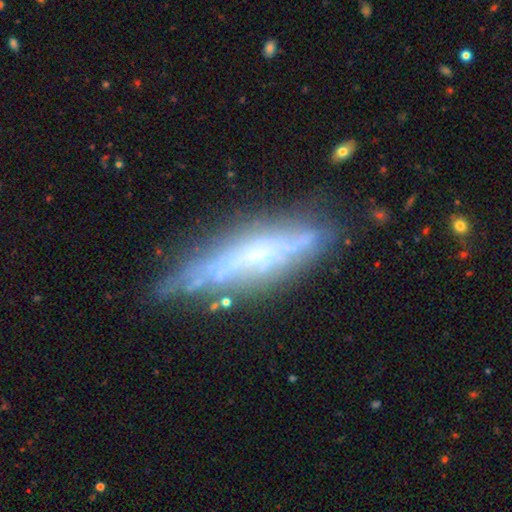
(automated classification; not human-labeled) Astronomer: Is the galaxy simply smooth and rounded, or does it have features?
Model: featured or disk — 67%.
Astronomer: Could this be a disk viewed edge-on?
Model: yes — 76%.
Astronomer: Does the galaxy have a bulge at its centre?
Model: none — 47% (runner-up: rounded, 37%).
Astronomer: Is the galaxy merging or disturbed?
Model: none — 67%.